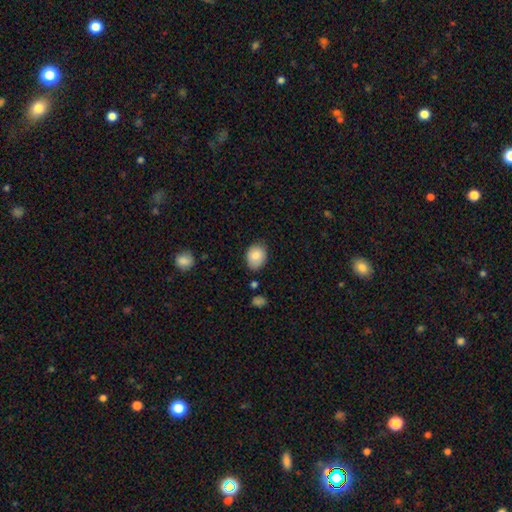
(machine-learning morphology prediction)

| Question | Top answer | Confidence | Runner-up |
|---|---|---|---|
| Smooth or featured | smooth | 86% | star or artifact (8%) |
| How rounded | in between | 59% | round (40%) |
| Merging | none | 76% | minor disturbance (19%) |